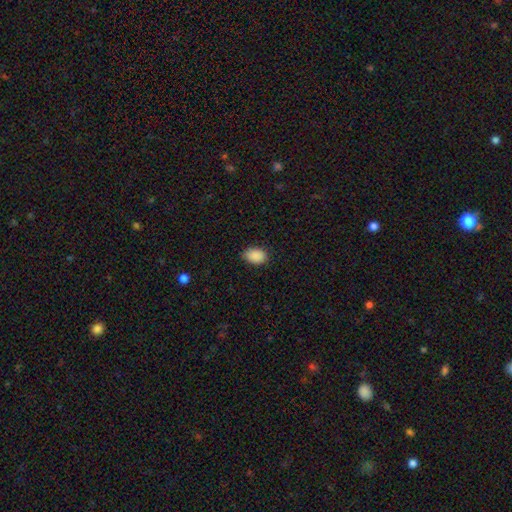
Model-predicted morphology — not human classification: smooth-or-featured: smooth: 89% | star or artifact: 7% | featured or disk: 3%
  how-rounded: in between: 80% | round: 19% | cigar-shaped: 1%
  merging: none: 80% | minor disturbance: 17% | major disturbance: 3% | merger: 1%